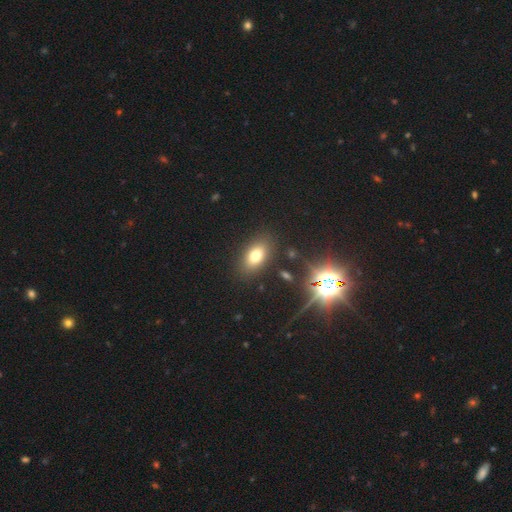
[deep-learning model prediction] smooth-or-featured: smooth: 72% | star or artifact: 17% | featured or disk: 11%
  how-rounded: in between: 85% | round: 12% | cigar-shaped: 3%
  merging: none: 86% | minor disturbance: 9% | major disturbance: 3% | merger: 2%